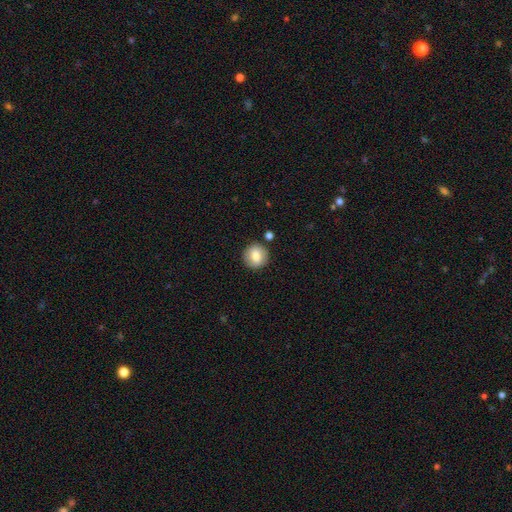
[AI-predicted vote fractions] A smooth galaxy with no disk features (77%) that is round (90%). Merging: none (86%).